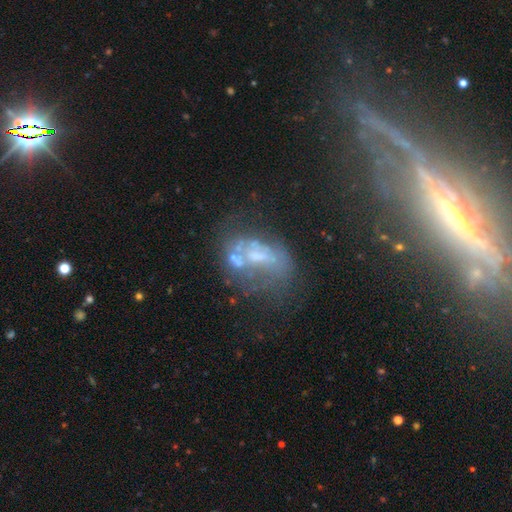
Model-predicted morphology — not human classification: Smooth or featured: featured or disk — 57% (smooth — 23%)
Edge-on disk: no — 96% (yes — 4%)
Bar: no — 73% (weak — 19%)
Spiral arms: no — 75% (yes — 25%)
Bulge size: none — 38% (small — 30%)
Merging: none — 30% (major disturbance — 27%)